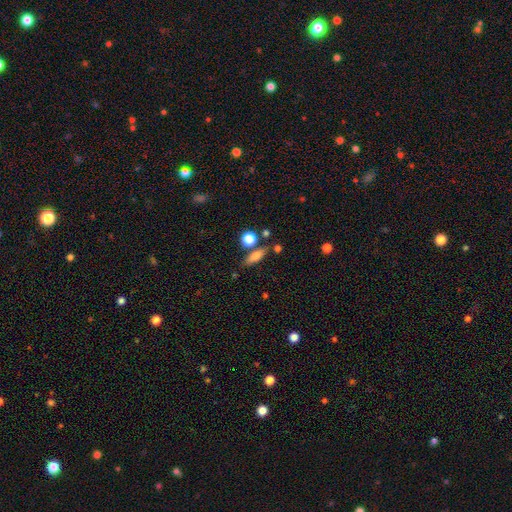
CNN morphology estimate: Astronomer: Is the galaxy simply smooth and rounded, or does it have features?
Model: smooth — 69%.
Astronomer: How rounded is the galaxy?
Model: in between — 46% (runner-up: cigar-shaped, 45%).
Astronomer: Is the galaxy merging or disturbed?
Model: none — 73%.